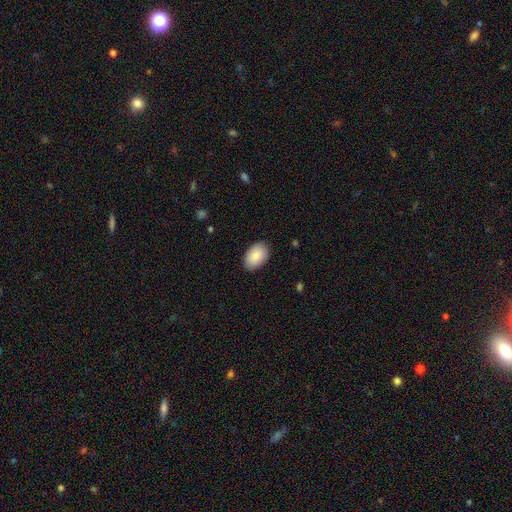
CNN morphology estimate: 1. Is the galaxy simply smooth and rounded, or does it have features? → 86% smooth, 8% featured or disk, 6% star or artifact.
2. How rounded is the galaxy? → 91% in between, 8% round, 1% cigar-shaped.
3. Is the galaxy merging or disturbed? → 88% none, 9% minor disturbance, 2% major disturbance, 1% merger.